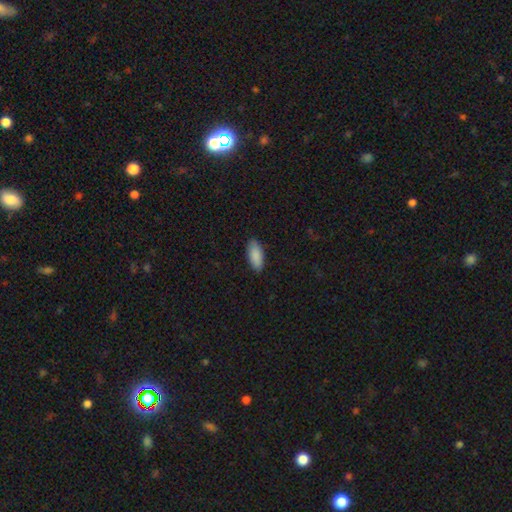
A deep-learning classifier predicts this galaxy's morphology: A smooth galaxy with no disk features (90%) that is in between round and cigar-shaped (86%). Merging: none (87%).